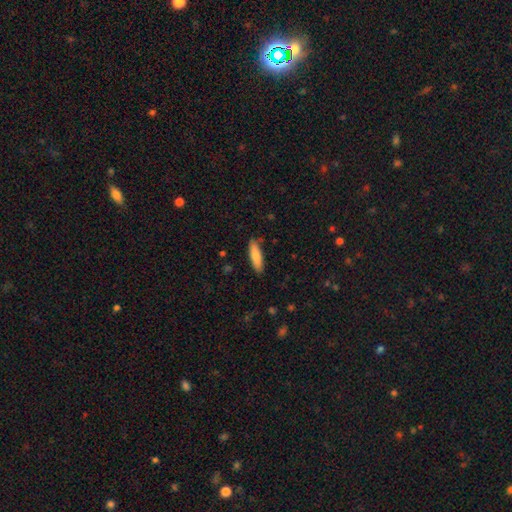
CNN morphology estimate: smooth_or_featured: smooth (p=0.83) [alt: featured or disk p=0.11]
how_rounded: cigar-shaped (p=0.61) [alt: in between p=0.38]
merging: none (p=0.86) [alt: minor disturbance p=0.11]